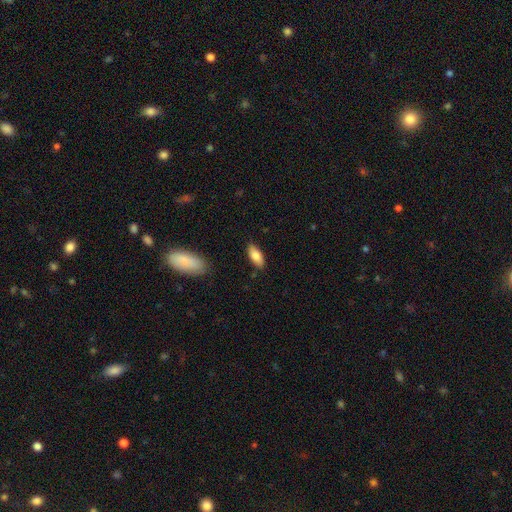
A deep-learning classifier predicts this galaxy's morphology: Smooth or featured: smooth — 80% (featured or disk — 13%)
How rounded: in between — 82% (cigar-shaped — 16%)
Merging: none — 86% (minor disturbance — 10%)